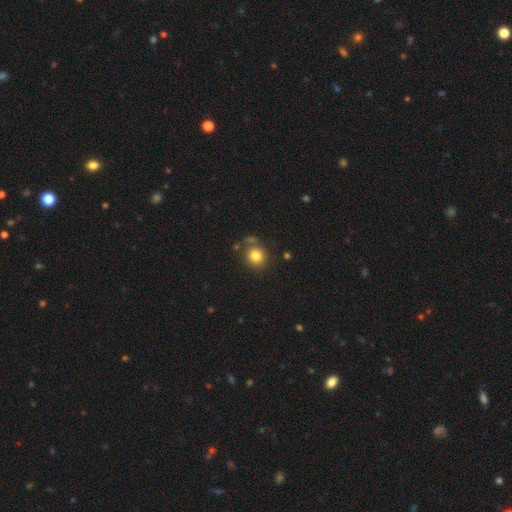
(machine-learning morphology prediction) The model was most divided on "merging": none: 74%, minor disturbance: 13%, merger: 9%, major disturbance: 4%. More confident: how rounded — round (83%); smooth or featured — smooth (81%).